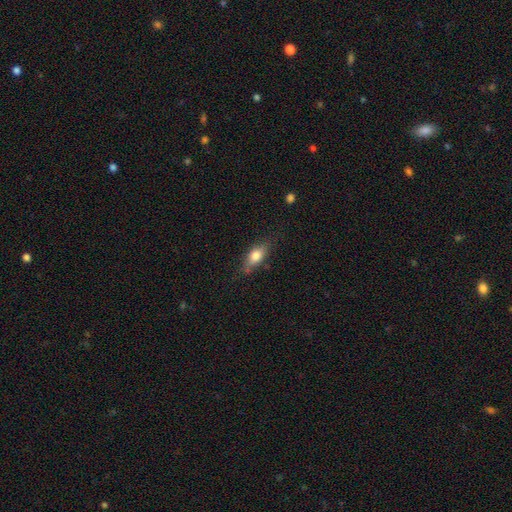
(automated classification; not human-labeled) The model was most divided on "merging": none: 69%, minor disturbance: 23%, major disturbance: 6%, merger: 3%. More confident: how rounded — in between (77%); smooth or featured — smooth (74%).